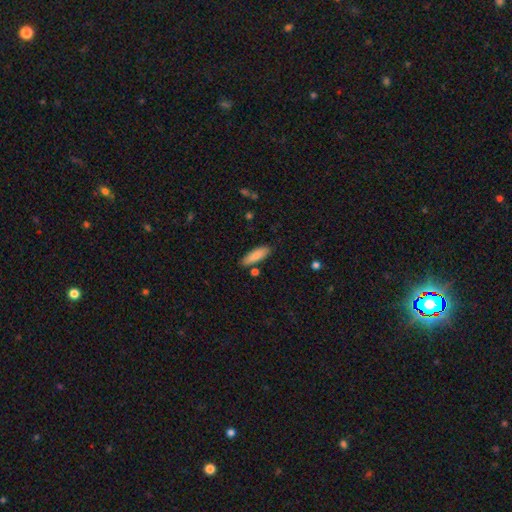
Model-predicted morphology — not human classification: Q: Smooth or featured?
A: smooth (82%); runner-up: featured or disk (11%)
Q: How rounded?
A: in between (53%); runner-up: cigar-shaped (45%)
Q: Merging?
A: none (83%); runner-up: minor disturbance (10%)